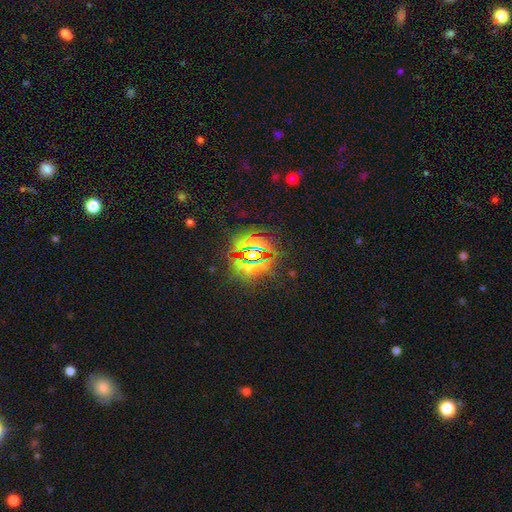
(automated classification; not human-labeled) star or artifact 80%, smooth 11%, featured or disk 9%.